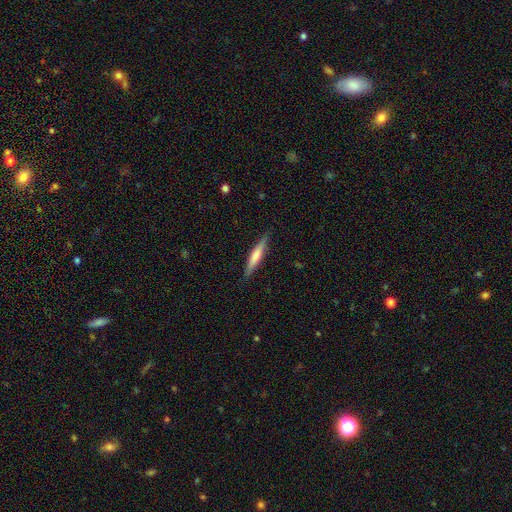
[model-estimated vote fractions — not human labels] A smooth galaxy with no disk features (58%) that is cigar-shaped (91%). Merging: none (88%).